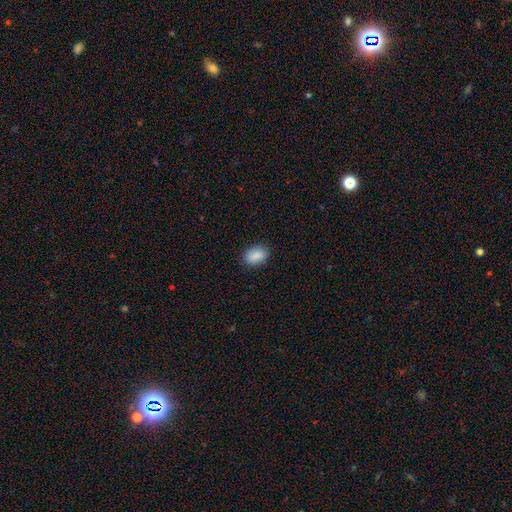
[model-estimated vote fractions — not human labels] The model was most divided on "how rounded": in between: 84%, round: 15%, cigar-shaped: 1%. More confident: smooth or featured — smooth (89%); merging — none (87%).